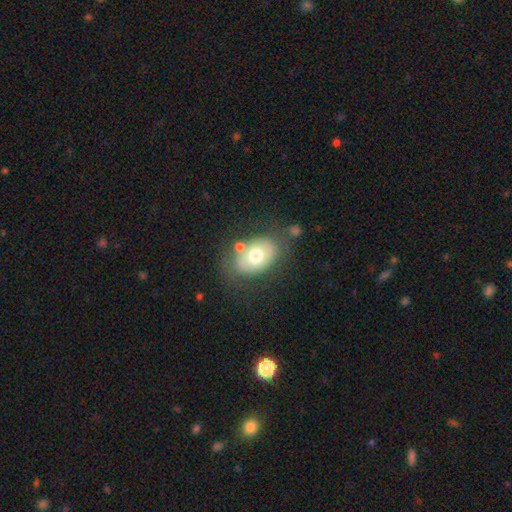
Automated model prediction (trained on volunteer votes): Overall: smooth (64%; featured or disk 27%). How rounded: in between (79%). Merging: none (65%).